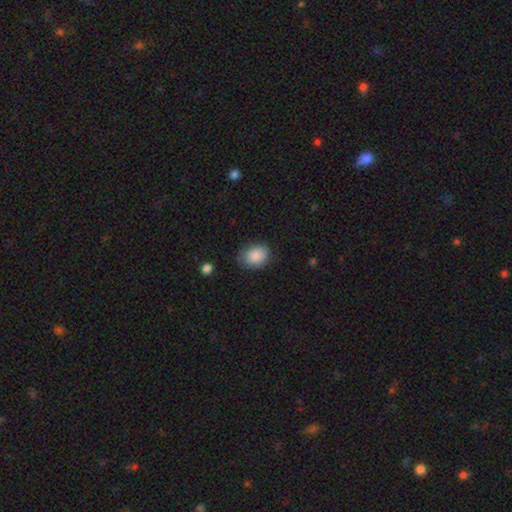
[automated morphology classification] Q: Smooth or featured?
A: smooth (88%); runner-up: star or artifact (8%)
Q: How rounded?
A: in between (62%); runner-up: round (37%)
Q: Merging?
A: none (75%); runner-up: minor disturbance (20%)